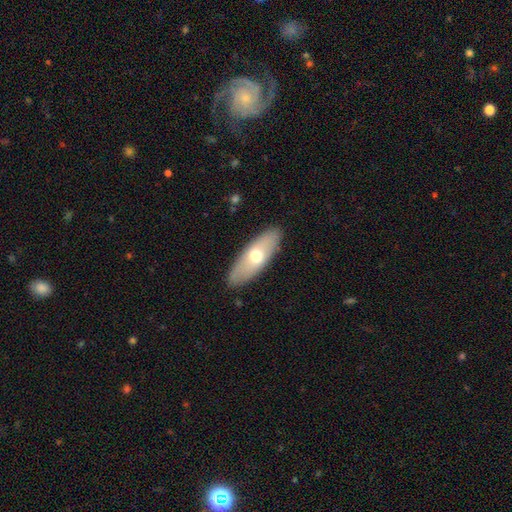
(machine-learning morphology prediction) Smooth or featured? smooth (60%)
How rounded? in between (66%)
Merging? none (88%)